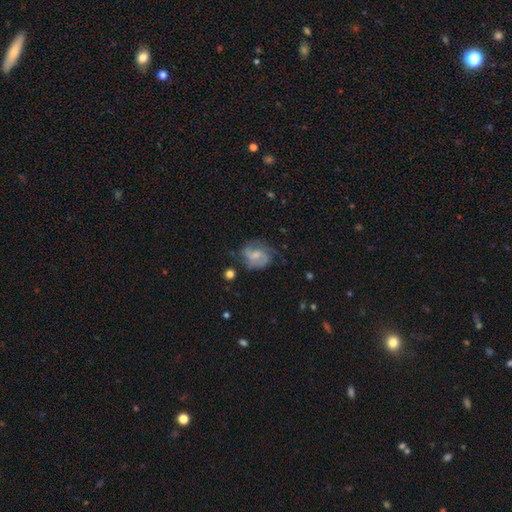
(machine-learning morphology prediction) Smooth or featured? featured or disk (64%)
Edge-on disk? no (97%)
Bar? weak (47%)
Spiral arms? yes (88%)
Spiral winding? medium (47%)
Spiral arm count? 2 (68%)
Bulge size? small (42%)
Merging? none (61%)